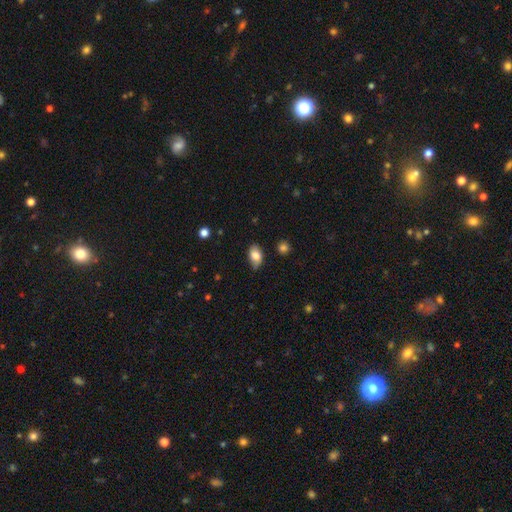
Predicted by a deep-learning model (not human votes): Smooth or featured: smooth — 81% (featured or disk — 11%)
How rounded: in between — 90% (round — 9%)
Merging: none — 75% (minor disturbance — 20%)